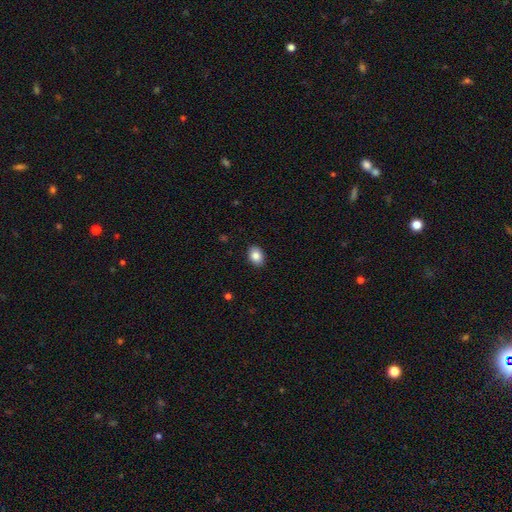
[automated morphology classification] A smooth galaxy with no disk features (86%) that is in between round and cigar-shaped (69%).

Vote fractions:
- Smooth or featured? smooth: 86% / star or artifact: 8% / featured or disk: 6%
- How rounded? in between: 69% / round: 30% / cigar-shaped: 1%
- Merging? none: 90% / minor disturbance: 7% / major disturbance: 2% / merger: 1%